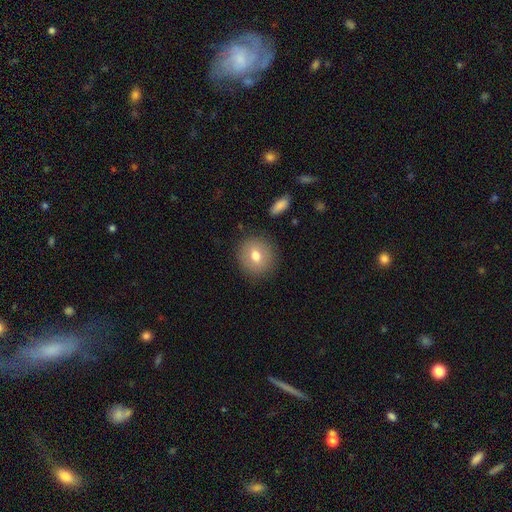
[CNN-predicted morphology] Overall: smooth (72%). How rounded: round (87%). Merging: none (86%).